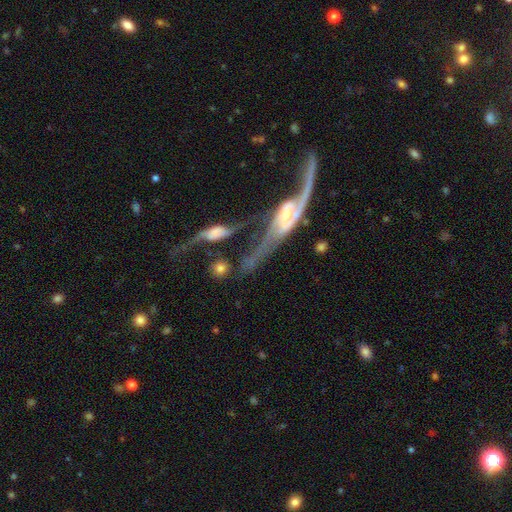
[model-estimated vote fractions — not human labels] Overall: featured or disk (78%). Edge-on disk: no (64%; yes 36%). Merging: merger (50%; major disturbance 20%).